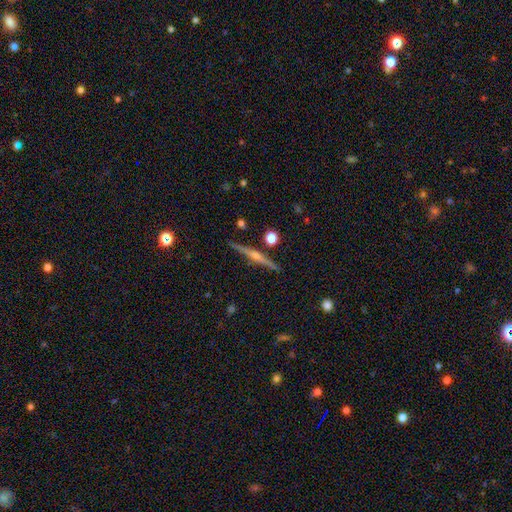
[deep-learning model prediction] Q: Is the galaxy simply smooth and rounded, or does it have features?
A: featured or disk — 81%.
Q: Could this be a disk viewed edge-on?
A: yes — 98%.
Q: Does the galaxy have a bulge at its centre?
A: rounded — 88%.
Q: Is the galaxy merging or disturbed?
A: none — 91%.